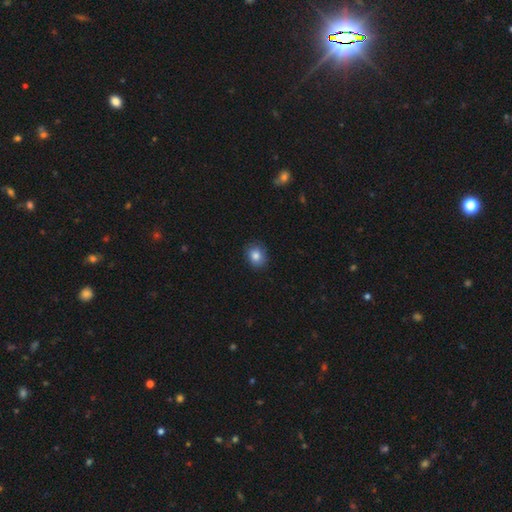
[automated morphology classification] This is clearly a smooth galaxy (84%). How rounded: likely round (62%). Merging: clearly none (84%).